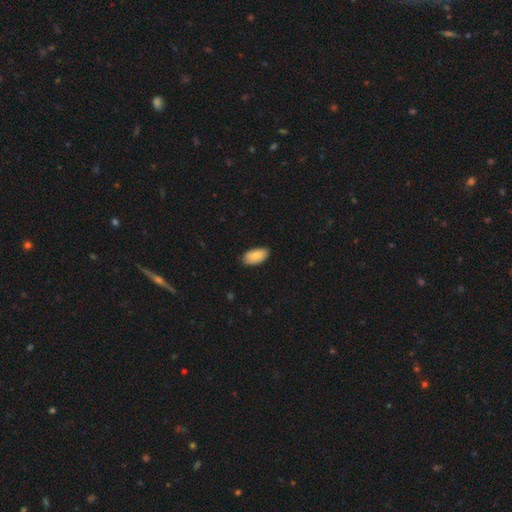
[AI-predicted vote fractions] Morphology: type=smooth (82%); roundness=in between (94%); merging=none (84%).